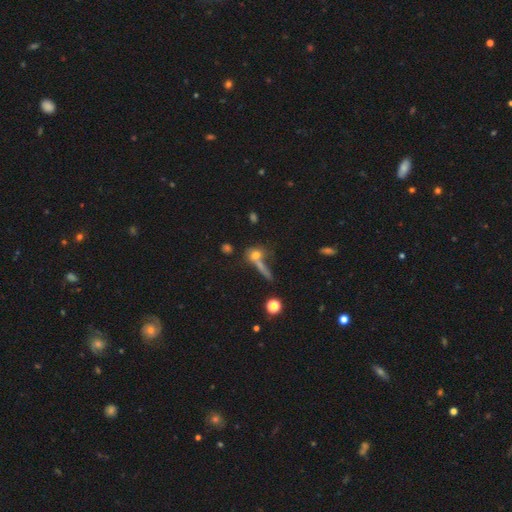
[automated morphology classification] Smooth or featured? smooth (45%)
Merging? none (46%)